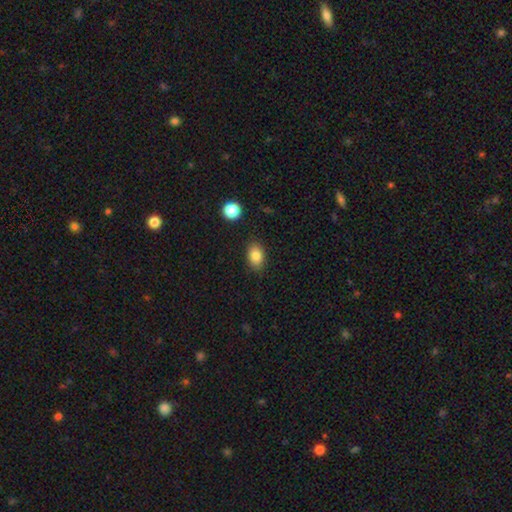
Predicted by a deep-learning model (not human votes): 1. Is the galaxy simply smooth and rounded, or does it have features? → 84% smooth, 9% star or artifact, 7% featured or disk.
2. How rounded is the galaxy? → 82% in between, 17% round, 1% cigar-shaped.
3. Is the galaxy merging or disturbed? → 85% none, 10% minor disturbance, 3% major disturbance, 2% merger.